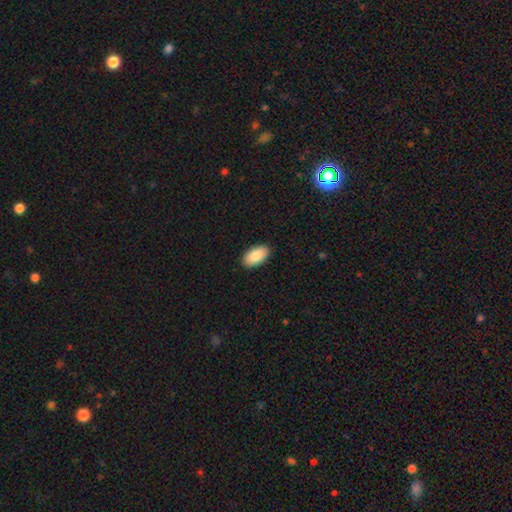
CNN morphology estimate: This is clearly a smooth galaxy (89%). How rounded: clearly in between (95%). Merging: clearly none (90%).